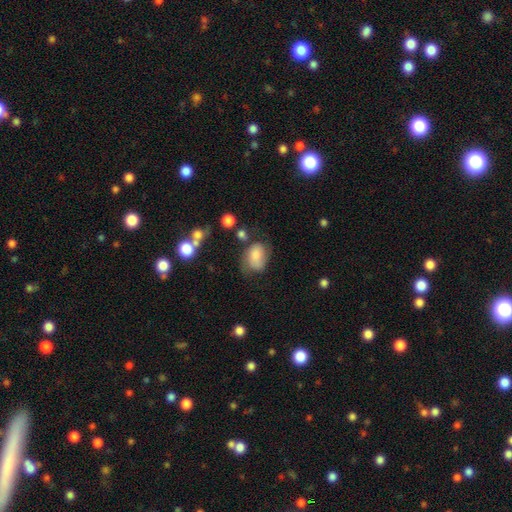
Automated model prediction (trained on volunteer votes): A smooth galaxy with no disk features (71%) that is in between round and cigar-shaped (77%).

Vote fractions:
- Smooth or featured? smooth: 71% / featured or disk: 20% / star or artifact: 9%
- How rounded? in between: 77% / round: 22% / cigar-shaped: 1%
- Merging? none: 42% / minor disturbance: 33% / major disturbance: 19% / merger: 6%